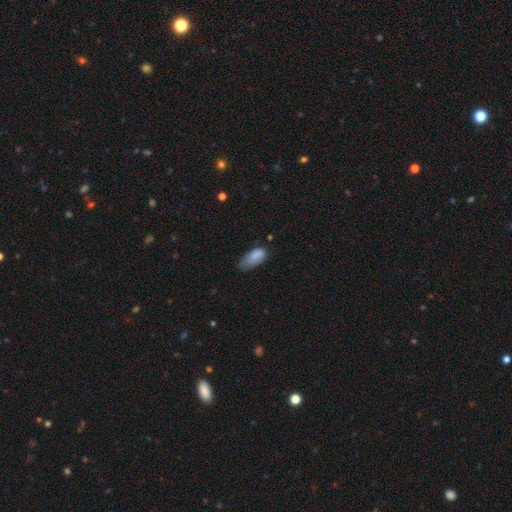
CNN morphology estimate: This is clearly a smooth galaxy (83%). How rounded: clearly in between (91%). Merging: marginally minor disturbance (45%).